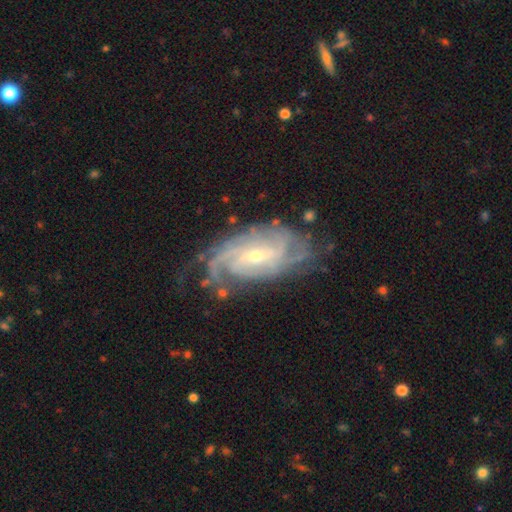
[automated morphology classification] Smooth or featured: featured or disk — 90% (star or artifact — 5%)
Edge-on disk: no — 95% (yes — 5%)
Bar: weak — 47% (no — 35%)
Spiral arms: yes — 97% (no — 3%)
Spiral winding: tight — 64% (medium — 29%)
Spiral arm count: can't tell — 29% (4 — 22%)
Bulge size: small — 67% (moderate — 30%)
Merging: none — 68% (minor disturbance — 21%)